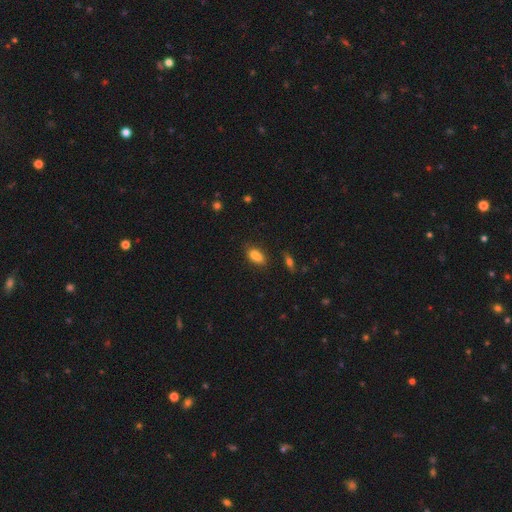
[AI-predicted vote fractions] The model was most divided on "merging": none: 69%, minor disturbance: 19%, merger: 7%, major disturbance: 5%. More confident: smooth or featured — smooth (81%); how rounded — in between (81%).